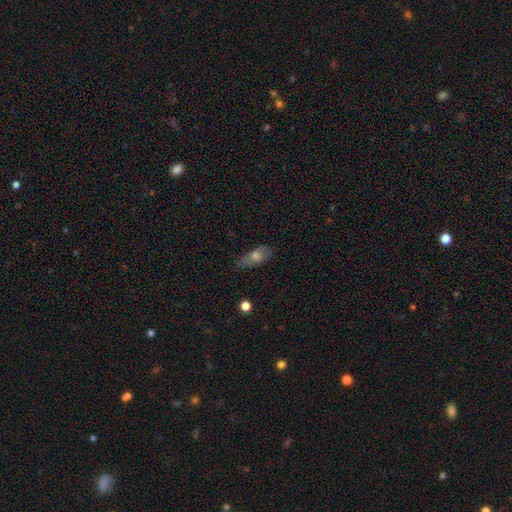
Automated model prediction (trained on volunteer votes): The model was most divided on "smooth or featured": smooth: 54%, featured or disk: 34%, star or artifact: 12%. More confident: how rounded — in between (72%); merging — none (72%).